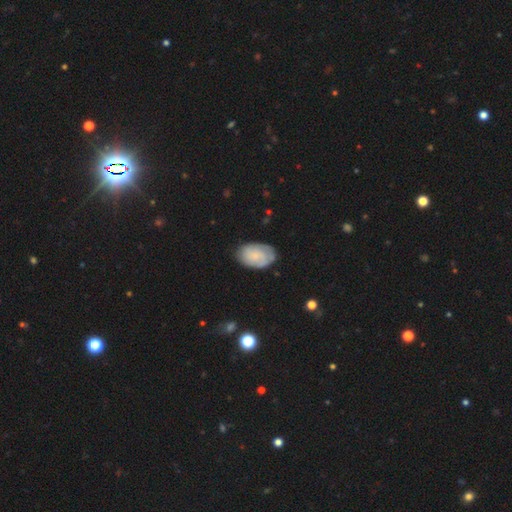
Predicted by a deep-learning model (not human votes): A smooth galaxy with no disk features (63%) that is in between round and cigar-shaped (90%).

Vote fractions:
- Smooth or featured? smooth: 63% / featured or disk: 30% / star or artifact: 7%
- How rounded? in between: 90% / round: 9% / cigar-shaped: 1%
- Merging? none: 74% / minor disturbance: 19% / major disturbance: 5% / merger: 1%